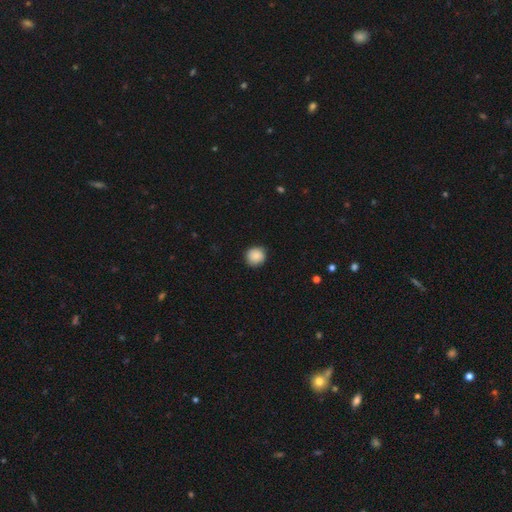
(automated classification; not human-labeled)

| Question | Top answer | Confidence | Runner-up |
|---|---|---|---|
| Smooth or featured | smooth | 87% | star or artifact (8%) |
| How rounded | round | 93% | in between (6%) |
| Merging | none | 89% | minor disturbance (8%) |